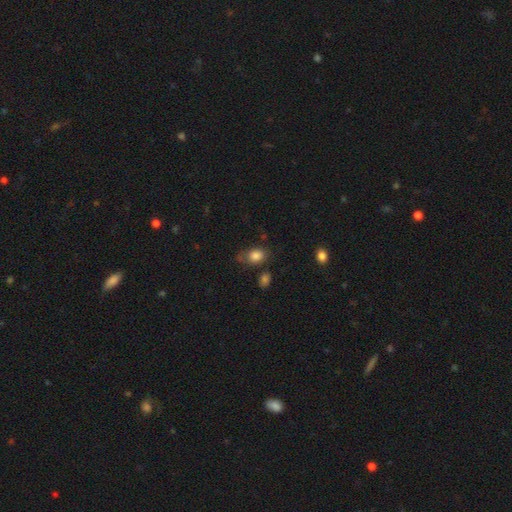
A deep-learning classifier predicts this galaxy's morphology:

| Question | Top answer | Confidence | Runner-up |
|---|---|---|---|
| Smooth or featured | smooth | 83% | star or artifact (10%) |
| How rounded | in between | 67% | round (31%) |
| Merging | none | 63% | minor disturbance (23%) |